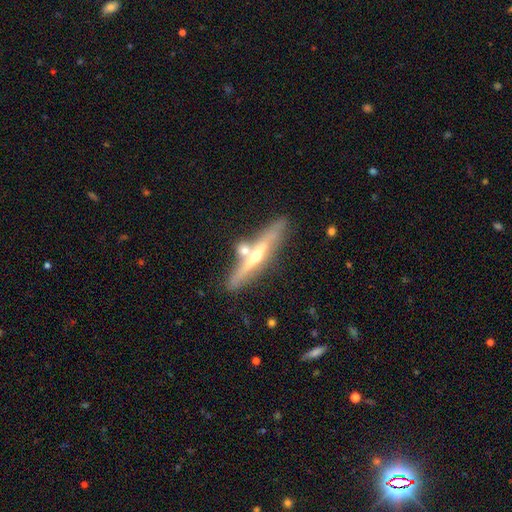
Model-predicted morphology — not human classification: featured or disk 72%, smooth 21%, star or artifact 6%. Down the decision tree: edge-on disk — yes (93%); edge-on bulge — rounded (88%); merging — none (72%).